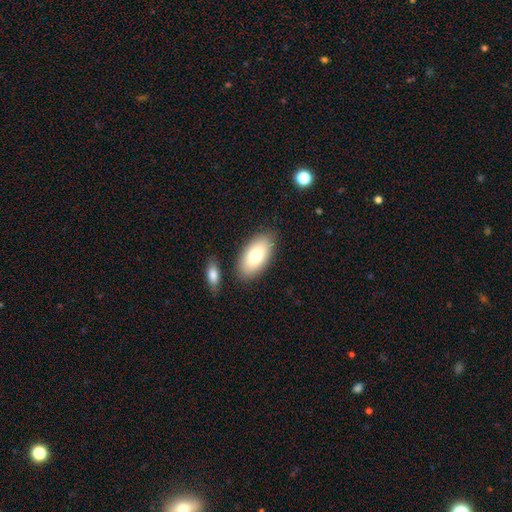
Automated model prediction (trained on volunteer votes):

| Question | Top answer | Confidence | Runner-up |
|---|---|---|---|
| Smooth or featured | smooth | 76% | featured or disk (17%) |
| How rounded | in between | 94% | round (4%) |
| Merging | none | 83% | minor disturbance (10%) |